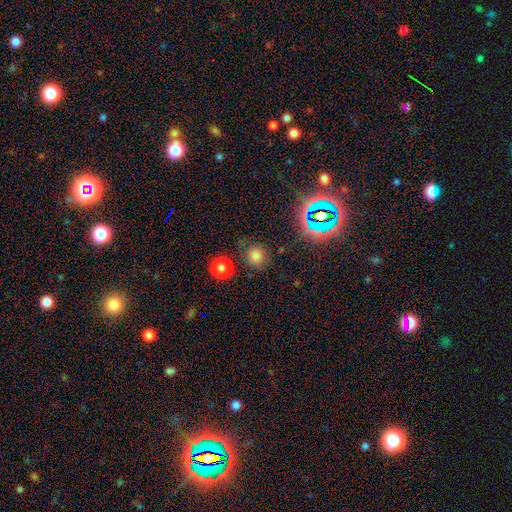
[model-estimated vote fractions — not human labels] Smooth or featured? smooth (74%)
How rounded? round (84%)
Merging? none (78%)